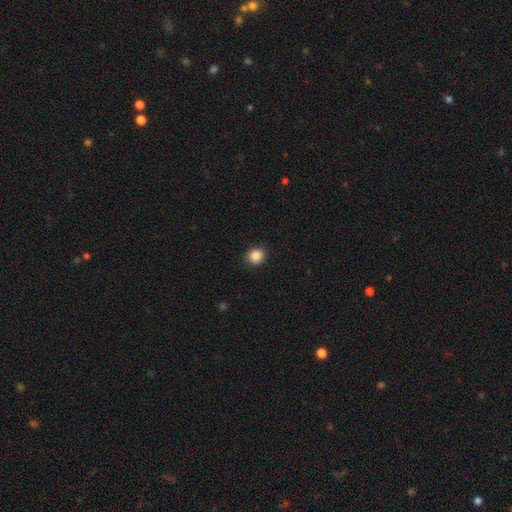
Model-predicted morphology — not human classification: Smooth or featured?
  - smooth: 87% *
  - star or artifact: 10%
  - featured or disk: 3%
How rounded?
  - round: 85% *
  - in between: 14%
  - cigar-shaped: 1%
Merging?
  - none: 89% *
  - minor disturbance: 8%
  - major disturbance: 2%
  - merger: 1%